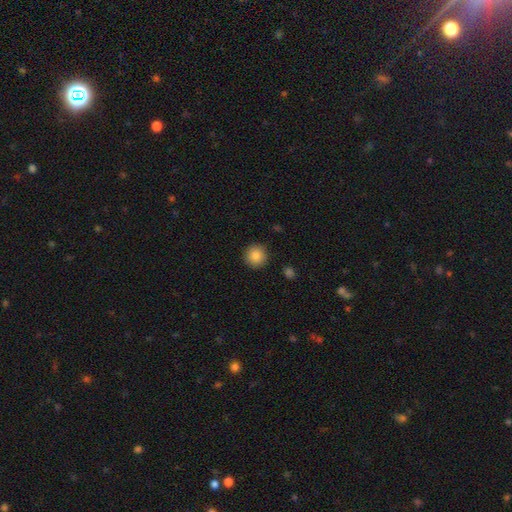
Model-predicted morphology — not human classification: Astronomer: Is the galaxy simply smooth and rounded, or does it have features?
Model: smooth — 87%.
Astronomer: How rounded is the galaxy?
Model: round — 95%.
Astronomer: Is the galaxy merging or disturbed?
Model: none — 90%.